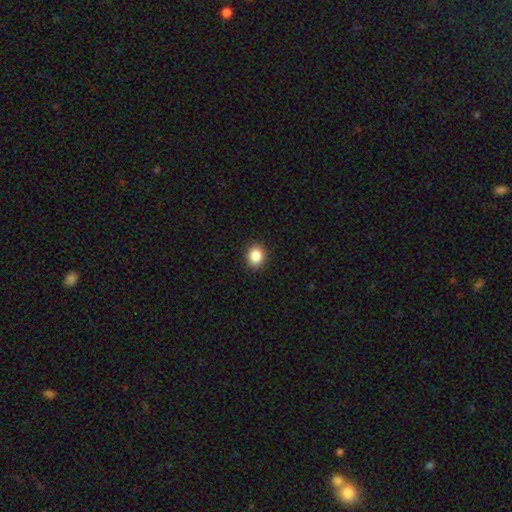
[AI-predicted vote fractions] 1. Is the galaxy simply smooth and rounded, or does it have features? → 86% smooth, 9% star or artifact, 4% featured or disk.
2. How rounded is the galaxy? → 58% round, 41% in between, 1% cigar-shaped.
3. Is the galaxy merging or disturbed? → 91% none, 6% minor disturbance, 2% major disturbance, 1% merger.